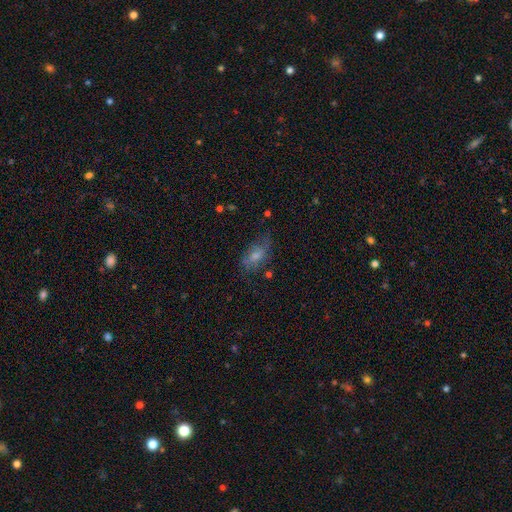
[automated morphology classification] This appears to be a smooth galaxy with no disk features (42%). Merging: none (59%).